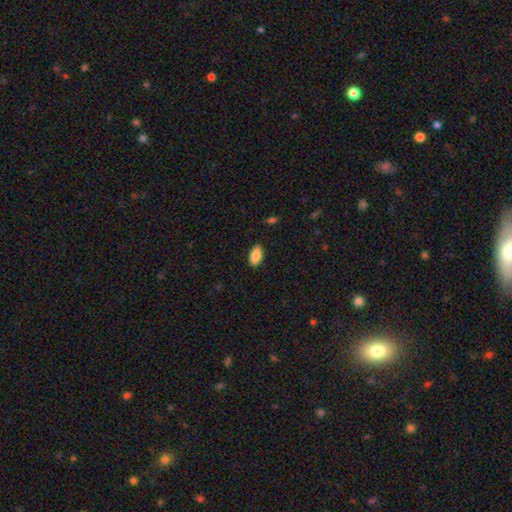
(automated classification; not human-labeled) smooth 88%, star or artifact 7%, featured or disk 5%. Down the decision tree: how rounded — in between (94%); merging — none (87%).